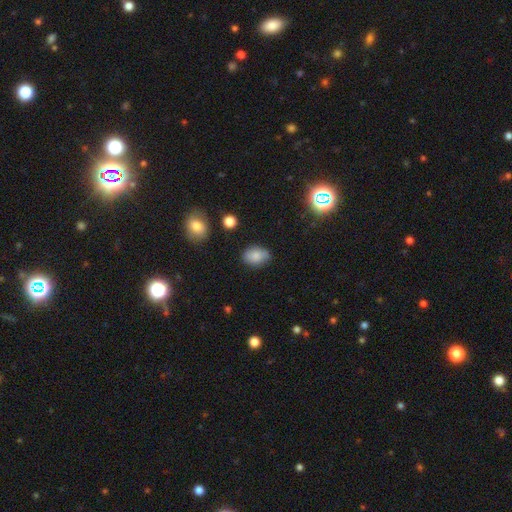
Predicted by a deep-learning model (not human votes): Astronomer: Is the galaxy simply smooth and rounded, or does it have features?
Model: smooth — 83%.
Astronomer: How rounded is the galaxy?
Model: in between — 78%.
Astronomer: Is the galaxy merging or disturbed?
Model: none — 76%.